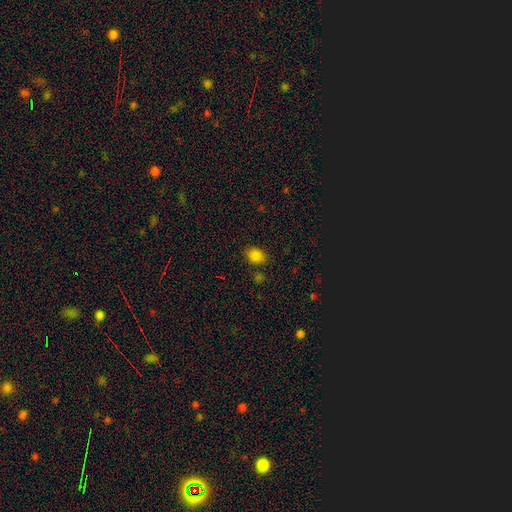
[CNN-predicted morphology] Smooth or featured: smooth — 83% (star or artifact — 13%)
How rounded: in between — 58% (round — 41%)
Merging: none — 81% (minor disturbance — 12%)